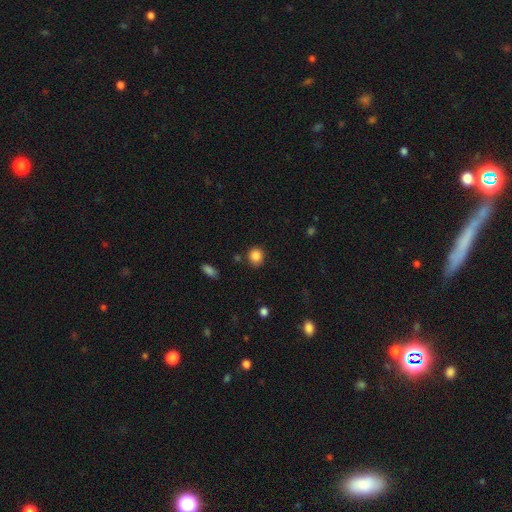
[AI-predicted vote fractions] Morphology: type=smooth (86%); roundness=round (80%); merging=none (84%).